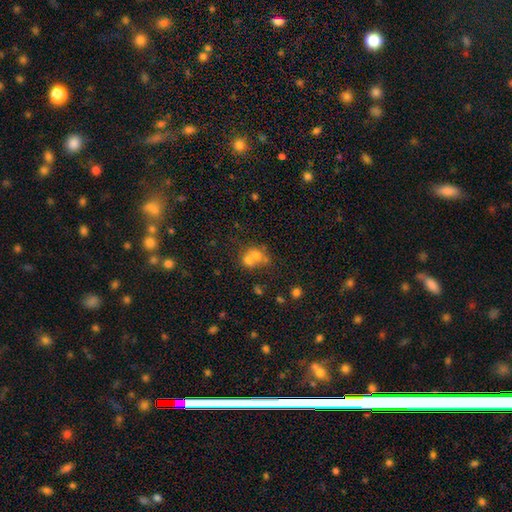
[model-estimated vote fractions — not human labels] Smooth or featured? Predicted: smooth (p=0.58). How rounded? Predicted: round (p=0.72). Merging? Predicted: merger (p=0.57).